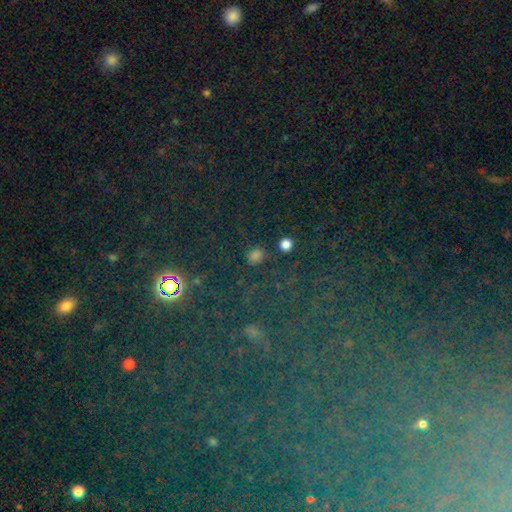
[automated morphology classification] This appears to be a star or artifact, not a galaxy (54%).